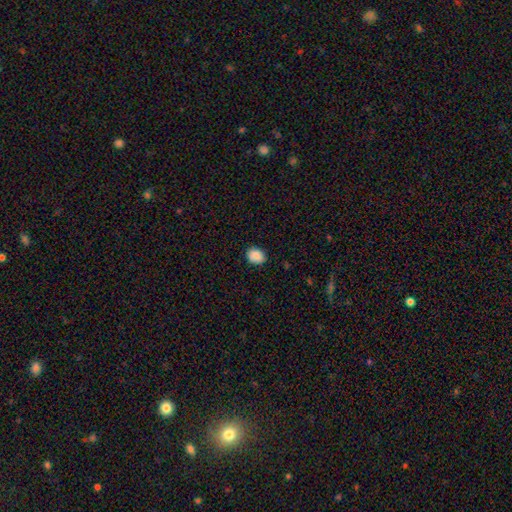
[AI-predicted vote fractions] Smooth or featured?
  - smooth: 88% *
  - star or artifact: 8%
  - featured or disk: 4%
How rounded?
  - in between: 51% *
  - round: 49%
  - cigar-shaped: 1%
Merging?
  - none: 86% *
  - minor disturbance: 11%
  - major disturbance: 2%
  - merger: 1%